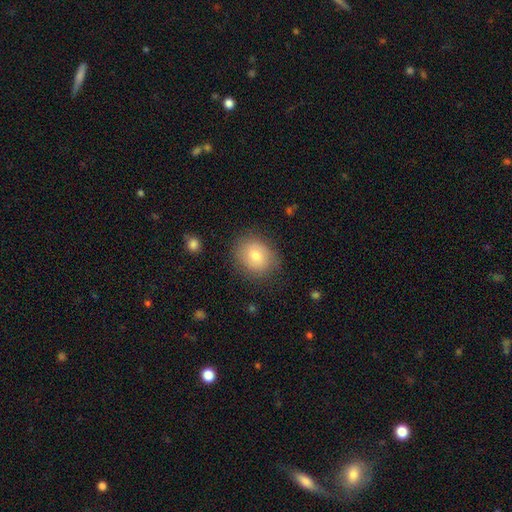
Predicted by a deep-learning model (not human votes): Morphology: type=smooth (74%); roundness=round (59%); merging=none (80%).